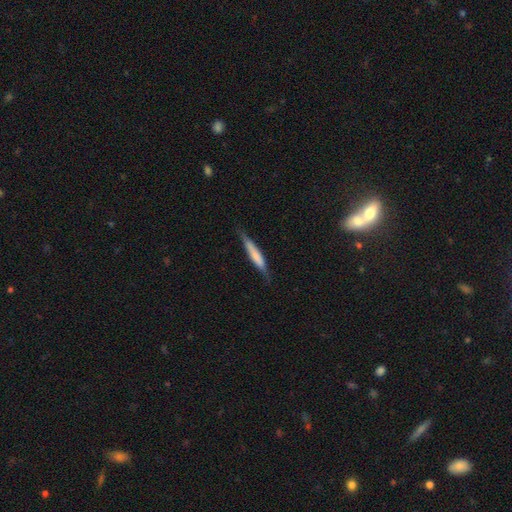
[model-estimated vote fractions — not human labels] Overall: smooth (62%; featured or disk 33%). How rounded: cigar-shaped (92%). Merging: none (79%).